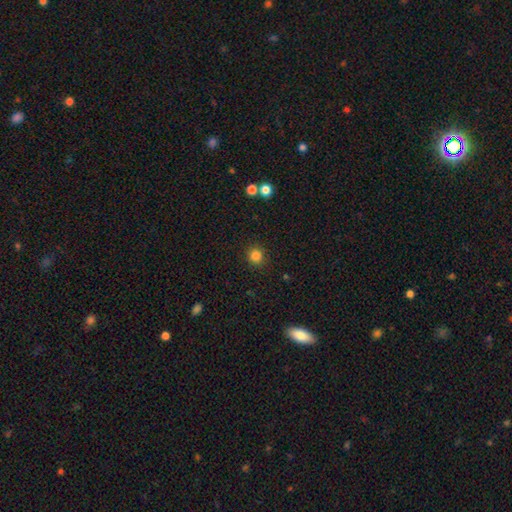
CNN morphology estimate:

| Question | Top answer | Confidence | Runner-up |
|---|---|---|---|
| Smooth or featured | smooth | 83% | star or artifact (12%) |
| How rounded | round | 92% | in between (7%) |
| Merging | none | 91% | minor disturbance (6%) |